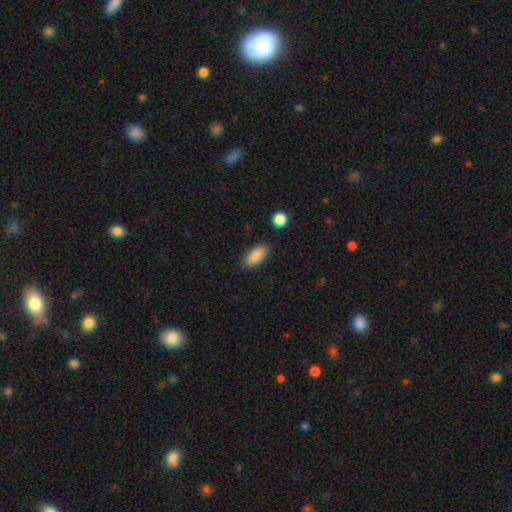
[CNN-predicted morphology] Smooth or featured: smooth — 88% (star or artifact — 7%)
How rounded: in between — 86% (cigar-shaped — 11%)
Merging: none — 86% (minor disturbance — 10%)